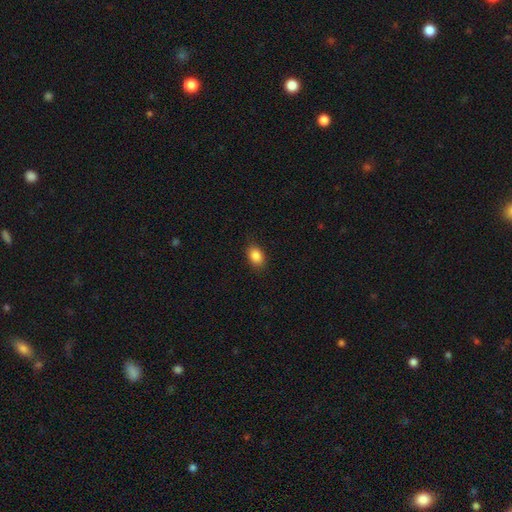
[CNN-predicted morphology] This appears to be a smooth galaxy with no disk features (87%) that is in between round and cigar-shaped (79%). Merging: none (86%).